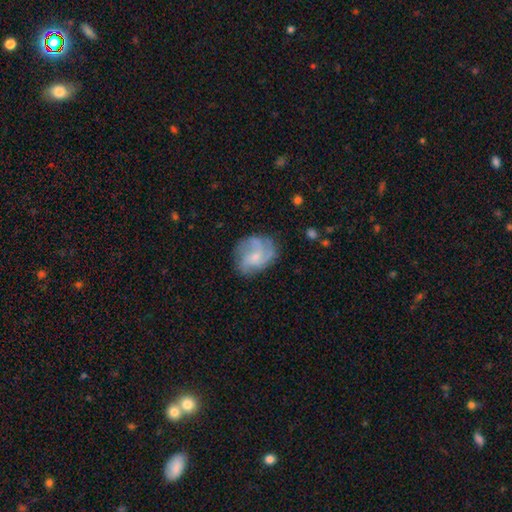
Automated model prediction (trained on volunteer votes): Morphology: type=featured or disk (67%); edge-on=no (98%); bar=no (65%); spiral arms=yes (89%); winding=medium (46%); arm count=3 (38%); bulge=small (62%); merging=none (66%).